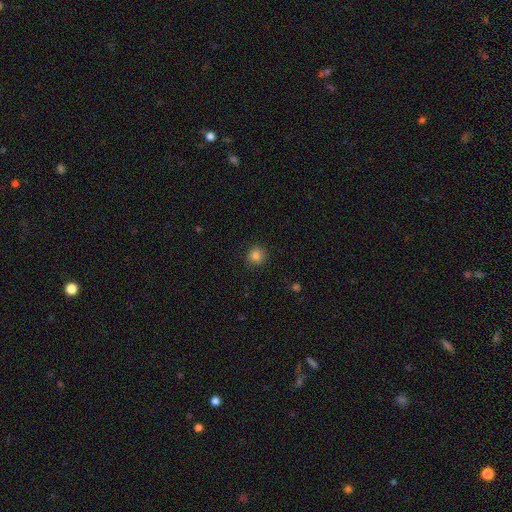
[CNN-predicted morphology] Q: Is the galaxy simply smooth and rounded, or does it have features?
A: smooth — 84%.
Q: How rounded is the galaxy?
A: round — 91%.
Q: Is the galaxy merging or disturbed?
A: none — 89%.